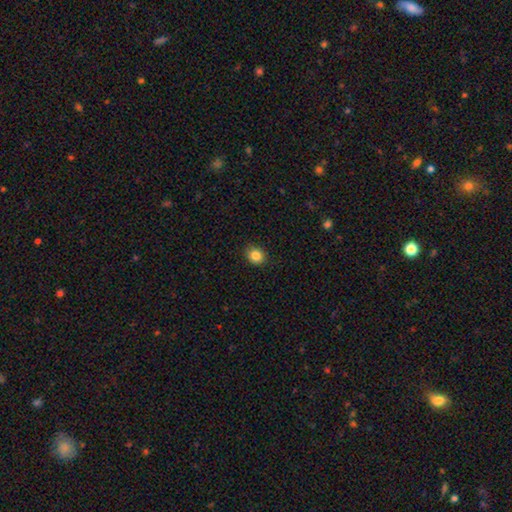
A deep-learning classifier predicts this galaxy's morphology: A smooth galaxy with no disk features (85%) that is round (74%).

Vote fractions:
- Smooth or featured? smooth: 85% / star or artifact: 11% / featured or disk: 5%
- How rounded? round: 74% / in between: 25% / cigar-shaped: 1%
- Merging? none: 90% / minor disturbance: 8% / major disturbance: 2% / merger: 1%